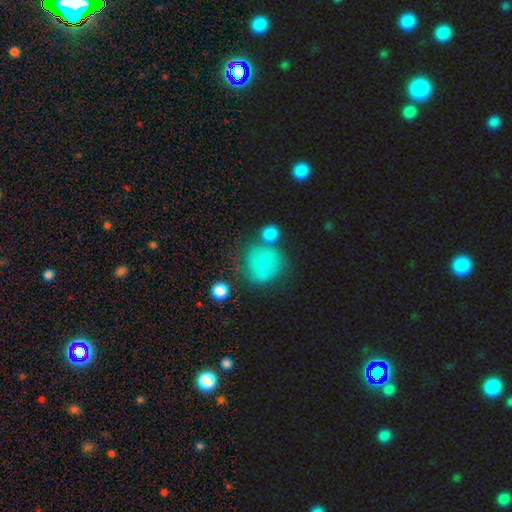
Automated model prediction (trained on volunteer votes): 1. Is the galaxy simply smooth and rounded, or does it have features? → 64% smooth, 21% featured or disk, 14% star or artifact.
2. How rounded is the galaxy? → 84% round, 15% in between, 1% cigar-shaped.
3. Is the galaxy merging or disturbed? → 57% none, 20% minor disturbance, 13% merger, 9% major disturbance.